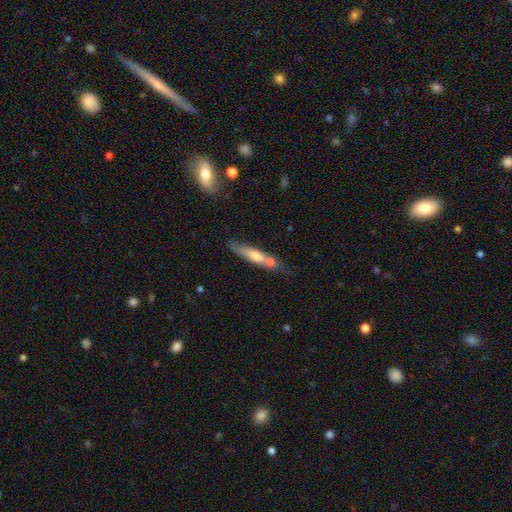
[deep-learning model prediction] Smooth or featured?
  - smooth: 51% *
  - featured or disk: 42%
  - star or artifact: 7%
How rounded?
  - cigar-shaped: 86% *
  - in between: 12%
  - round: 2%
Merging?
  - none: 56% *
  - merger: 23%
  - minor disturbance: 17%
  - major disturbance: 5%